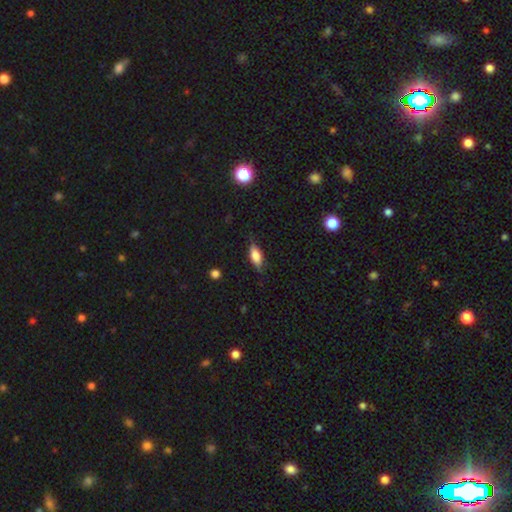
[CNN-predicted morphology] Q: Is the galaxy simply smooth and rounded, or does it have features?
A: smooth — 64%.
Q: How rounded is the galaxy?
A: in between — 73%.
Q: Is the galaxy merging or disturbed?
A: none — 78%.